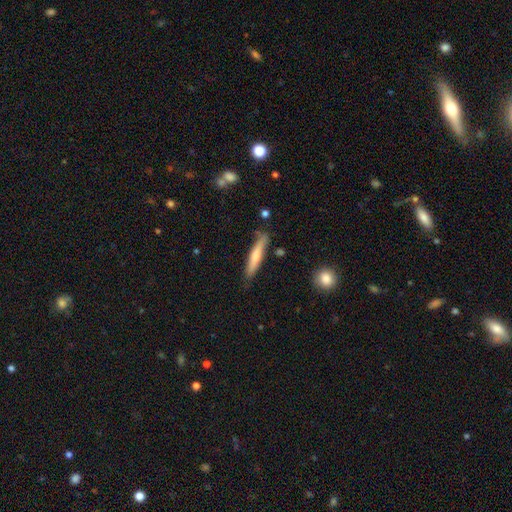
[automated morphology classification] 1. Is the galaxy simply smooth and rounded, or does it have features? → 64% smooth, 31% featured or disk, 6% star or artifact.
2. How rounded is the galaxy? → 91% cigar-shaped, 8% in between, 1% round.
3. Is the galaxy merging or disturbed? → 78% none, 16% minor disturbance, 3% merger, 3% major disturbance.